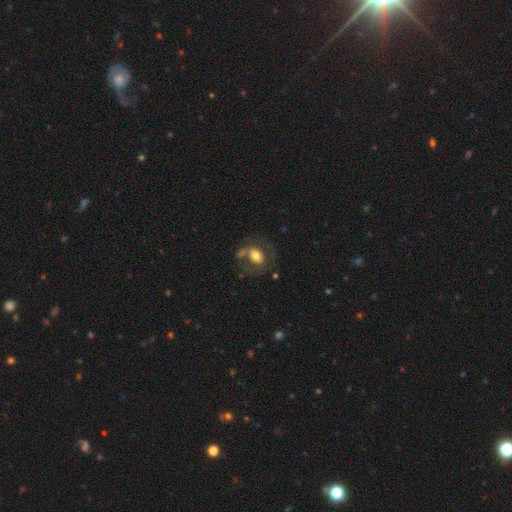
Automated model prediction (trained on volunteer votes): Smooth or featured? Predicted: smooth (p=0.49). Merging? Predicted: none (p=0.54).